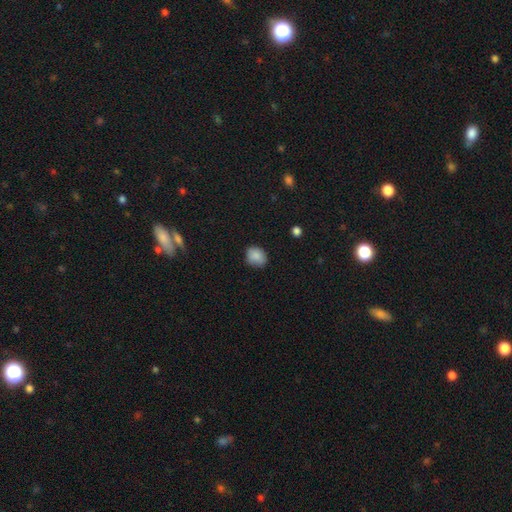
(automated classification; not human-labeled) The model was most divided on "how rounded": round: 65%, in between: 34%, cigar-shaped: 1%. More confident: smooth or featured — smooth (87%); merging — none (76%).